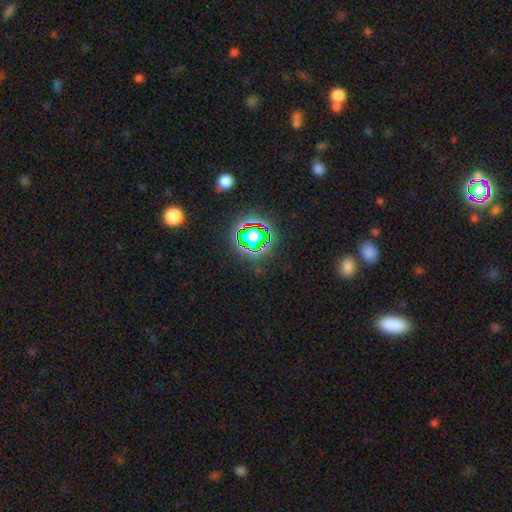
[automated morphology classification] A star or artifact, not a galaxy (75%).